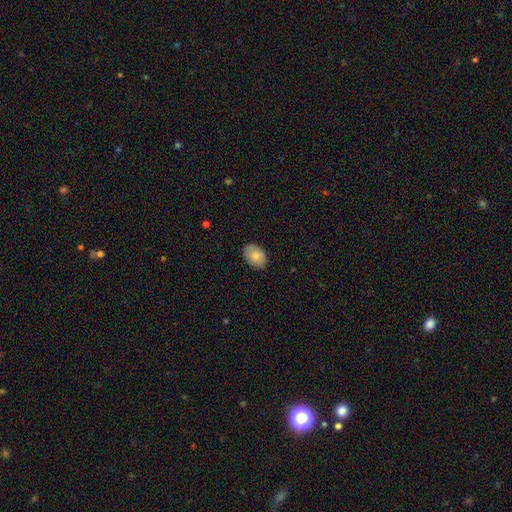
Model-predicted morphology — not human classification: Q: Smooth or featured?
A: smooth (81%); runner-up: featured or disk (12%)
Q: How rounded?
A: in between (79%); runner-up: round (20%)
Q: Merging?
A: none (83%); runner-up: minor disturbance (13%)